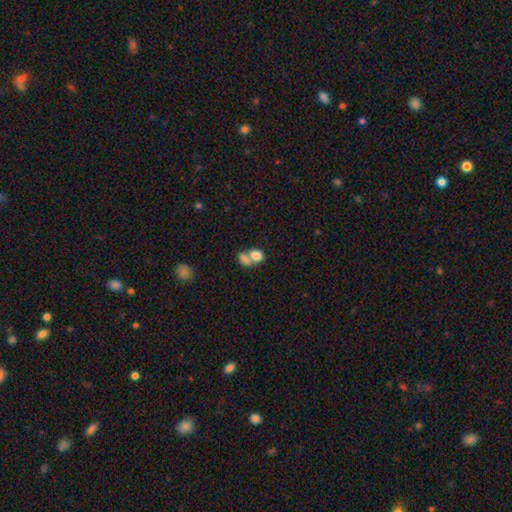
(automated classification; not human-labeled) A smooth galaxy with no disk features (80%) that is in between round and cigar-shaped (66%).

Vote fractions:
- Smooth or featured? smooth: 80% / featured or disk: 10% / star or artifact: 9%
- How rounded? in between: 66% / round: 32% / cigar-shaped: 2%
- Merging? merger: 62% / none: 27% / minor disturbance: 7% / major disturbance: 5%